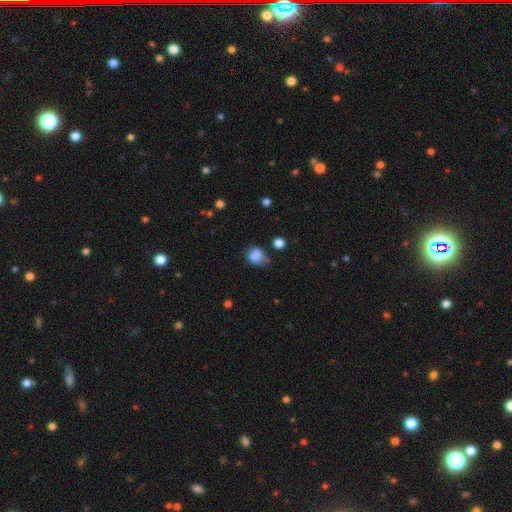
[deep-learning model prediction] smooth 83%, star or artifact 10%, featured or disk 7%. Down the decision tree: how rounded — round (58%); merging — none (51%).